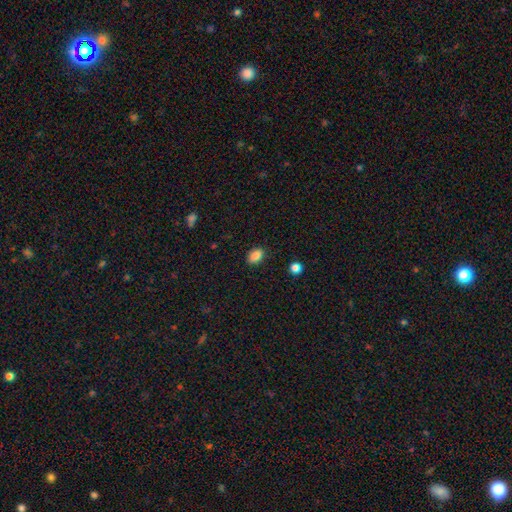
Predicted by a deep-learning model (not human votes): The model was most divided on "how rounded": in between: 83%, round: 16%, cigar-shaped: 1%. More confident: merging — none (87%); smooth or featured — smooth (87%).